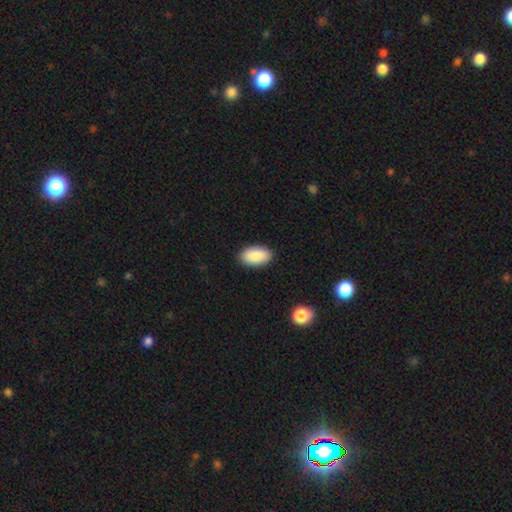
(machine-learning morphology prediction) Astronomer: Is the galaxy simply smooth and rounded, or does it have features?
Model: smooth — 89%.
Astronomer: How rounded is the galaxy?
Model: in between — 95%.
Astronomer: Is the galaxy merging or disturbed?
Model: none — 89%.